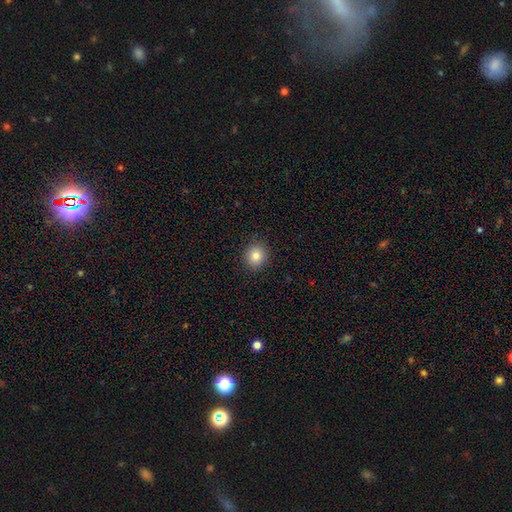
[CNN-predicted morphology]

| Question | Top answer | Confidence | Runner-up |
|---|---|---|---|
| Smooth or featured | smooth | 83% | star or artifact (10%) |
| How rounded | round | 86% | in between (13%) |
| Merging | none | 90% | minor disturbance (7%) |